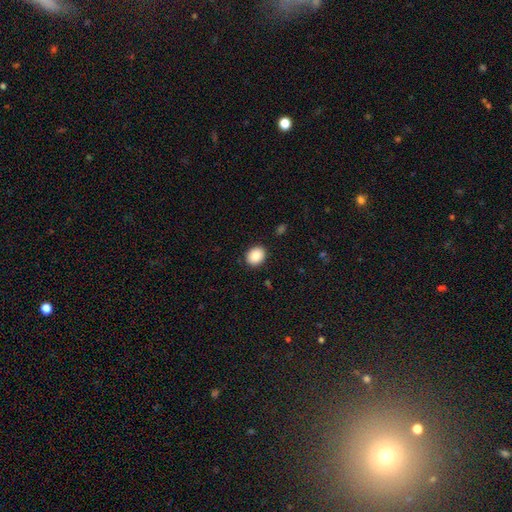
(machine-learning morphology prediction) smooth 87%, star or artifact 8%, featured or disk 5%. Down the decision tree: how rounded — round (56%); merging — none (89%).